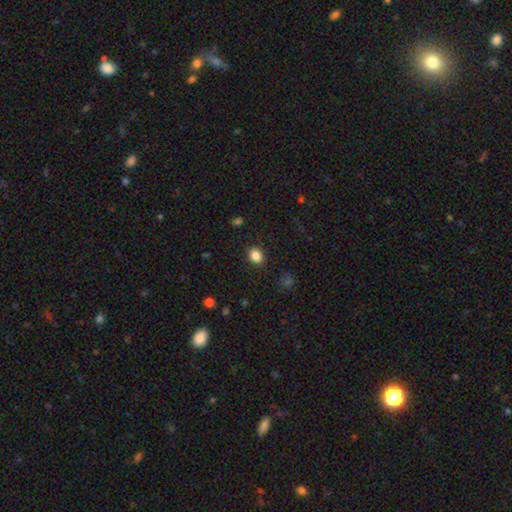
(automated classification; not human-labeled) A smooth galaxy with no disk features (85%) that is round (61%).

Vote fractions:
- Smooth or featured? smooth: 85% / star or artifact: 11% / featured or disk: 4%
- How rounded? round: 61% / in between: 38% / cigar-shaped: 1%
- Merging? none: 89% / minor disturbance: 8% / major disturbance: 2% / merger: 1%